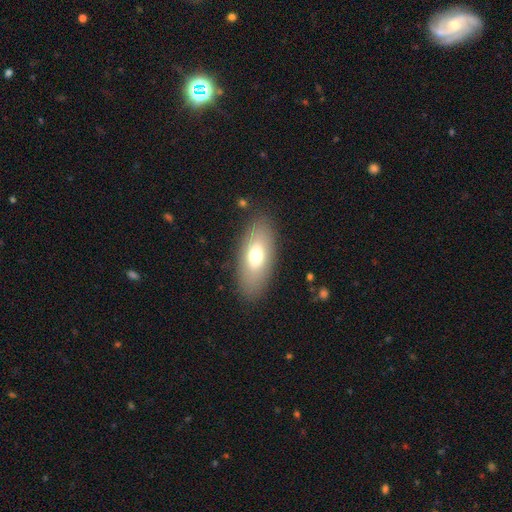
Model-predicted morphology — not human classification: A smooth galaxy with no disk features (68%) that is in between round and cigar-shaped (86%).

Vote fractions:
- Smooth or featured? smooth: 68% / featured or disk: 24% / star or artifact: 8%
- How rounded? in between: 86% / cigar-shaped: 9% / round: 4%
- Merging? none: 85% / minor disturbance: 10% / major disturbance: 4% / merger: 1%